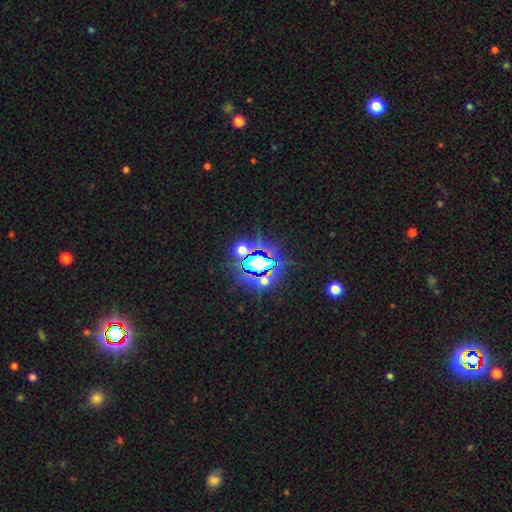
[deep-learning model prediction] star or artifact 82%, smooth 11%, featured or disk 7%.